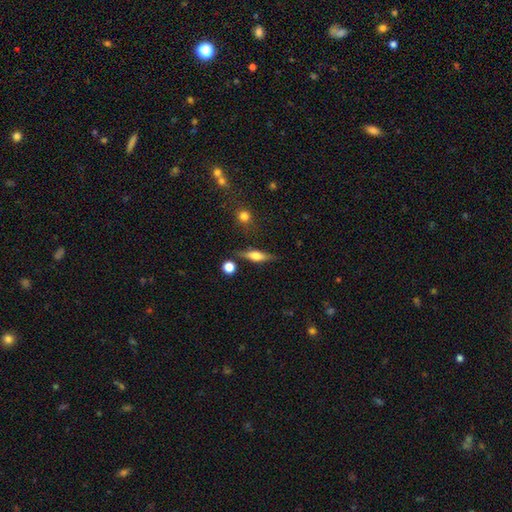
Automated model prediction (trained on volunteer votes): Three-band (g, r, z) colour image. It shows a featured or disk galaxy (48%). Merging: none (78%).